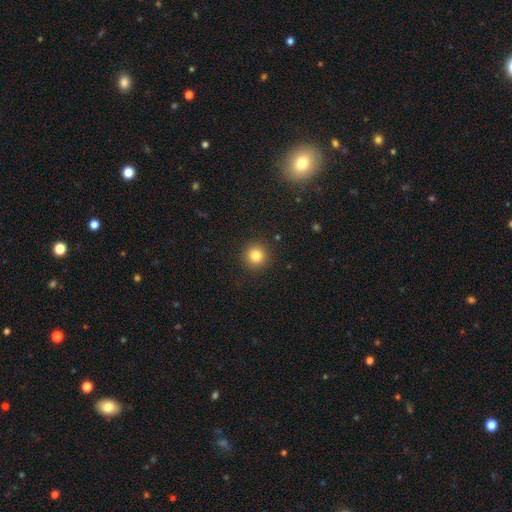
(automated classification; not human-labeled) A smooth galaxy with no disk features (83%) that is round (95%). Merging: none (92%).